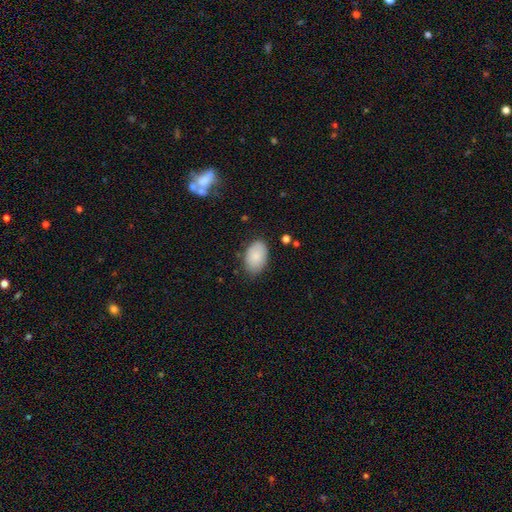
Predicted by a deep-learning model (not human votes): This is clearly a smooth galaxy (86%). How rounded: clearly in between (92%). Merging: likely none (79%).